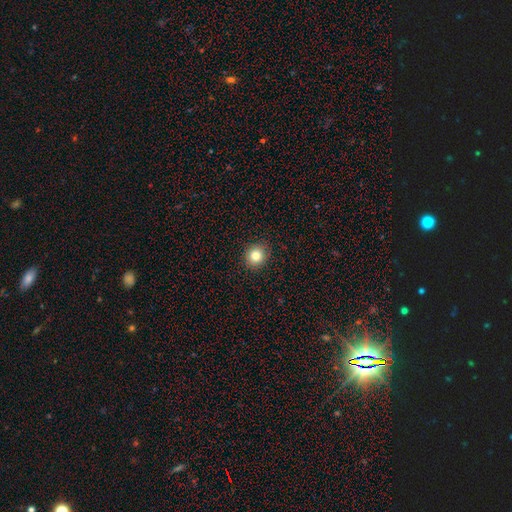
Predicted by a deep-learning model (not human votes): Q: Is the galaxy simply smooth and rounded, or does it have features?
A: smooth — 82%.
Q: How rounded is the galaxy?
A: round — 88%.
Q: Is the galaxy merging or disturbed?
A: none — 91%.